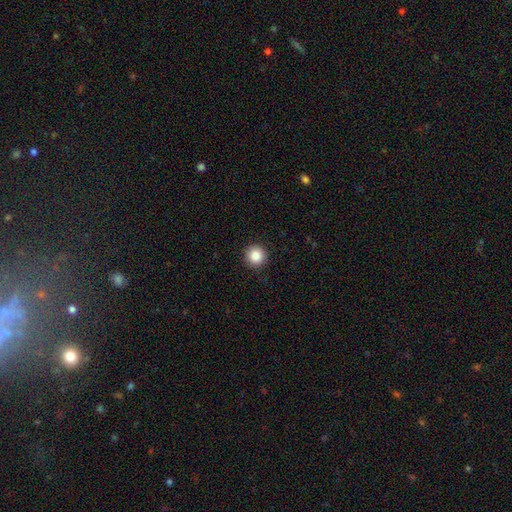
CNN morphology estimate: A smooth galaxy with no disk features (88%) that is round (95%). Merging: none (92%).